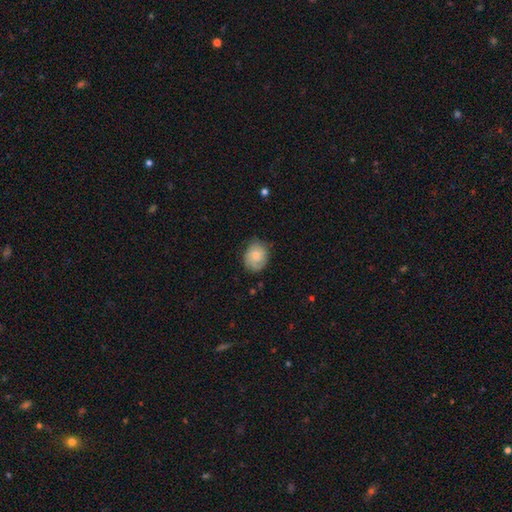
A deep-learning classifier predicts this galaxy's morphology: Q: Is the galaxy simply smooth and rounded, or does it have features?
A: smooth — 62%.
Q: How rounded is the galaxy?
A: round — 57%.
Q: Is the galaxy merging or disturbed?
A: none — 71%.